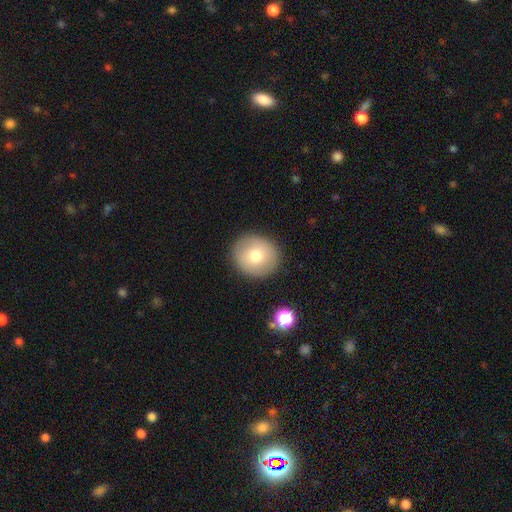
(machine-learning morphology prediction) Smooth or featured: smooth — 73% (featured or disk — 18%)
How rounded: round — 87% (in between — 12%)
Merging: none — 90% (minor disturbance — 7%)